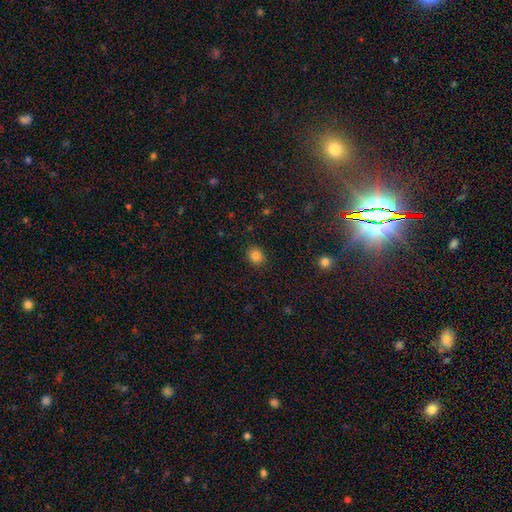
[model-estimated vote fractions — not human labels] Q: Smooth or featured?
A: smooth (84%); runner-up: star or artifact (11%)
Q: How rounded?
A: round (70%); runner-up: in between (29%)
Q: Merging?
A: none (89%); runner-up: minor disturbance (8%)